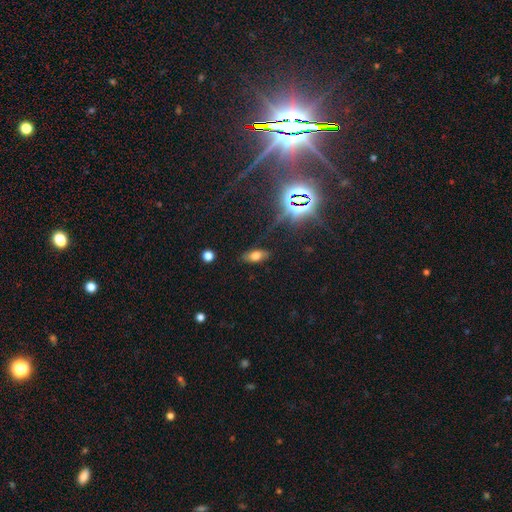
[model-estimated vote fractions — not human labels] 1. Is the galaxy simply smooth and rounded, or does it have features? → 65% smooth, 19% star or artifact, 17% featured or disk.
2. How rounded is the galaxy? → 84% in between, 11% cigar-shaped, 5% round.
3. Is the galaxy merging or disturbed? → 81% none, 14% minor disturbance, 4% major disturbance, 2% merger.